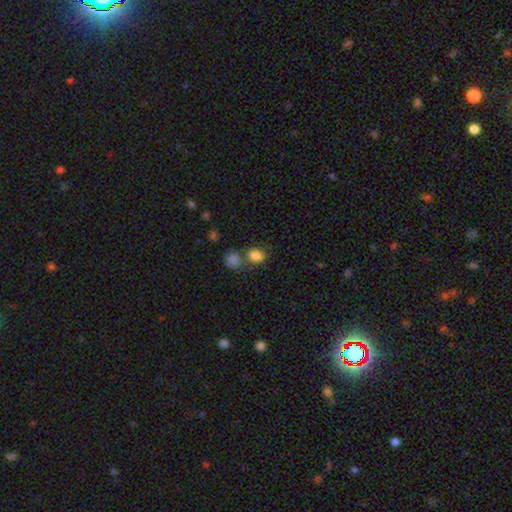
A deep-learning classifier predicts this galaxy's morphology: This appears to be a smooth galaxy with no disk features (84%) that is round (58%). Merging: none (58%).